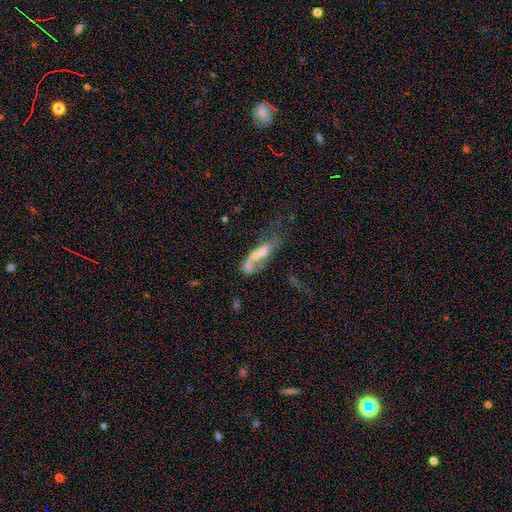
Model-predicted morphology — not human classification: Smooth or featured? Predicted: featured or disk (p=0.53). Edge-on disk? Predicted: no (p=0.69). Merging? Predicted: merger (p=0.35).